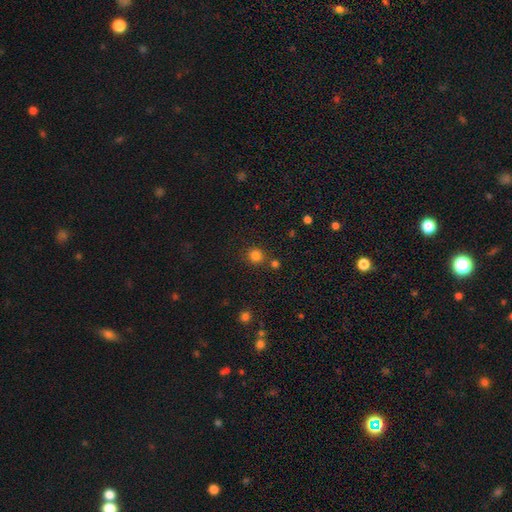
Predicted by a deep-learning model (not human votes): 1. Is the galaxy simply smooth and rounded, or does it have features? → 80% smooth, 15% star or artifact, 5% featured or disk.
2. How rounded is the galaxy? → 90% round, 9% in between, 1% cigar-shaped.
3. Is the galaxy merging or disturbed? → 77% none, 13% merger, 8% minor disturbance, 3% major disturbance.